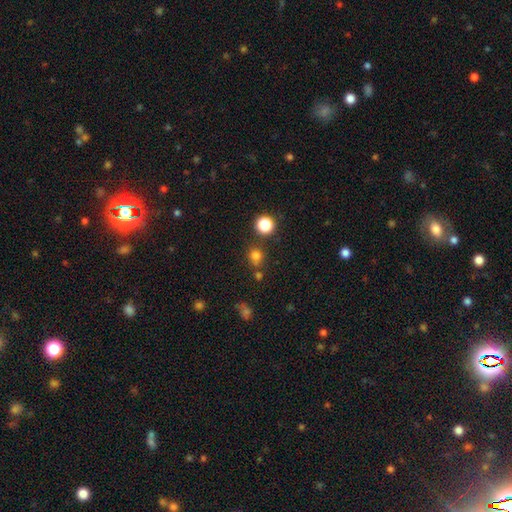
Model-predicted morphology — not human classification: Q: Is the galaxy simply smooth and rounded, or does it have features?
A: smooth — 74%.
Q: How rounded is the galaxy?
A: round — 80%.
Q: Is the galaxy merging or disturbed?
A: none — 71%.